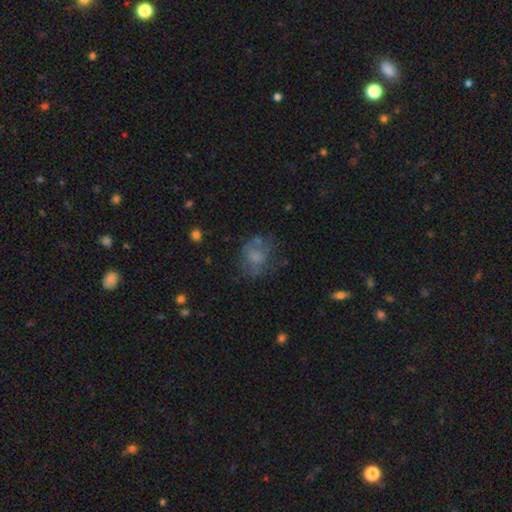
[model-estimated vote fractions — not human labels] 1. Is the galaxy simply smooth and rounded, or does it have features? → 53% smooth, 32% featured or disk, 15% star or artifact.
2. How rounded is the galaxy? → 57% round, 42% in between, 1% cigar-shaped.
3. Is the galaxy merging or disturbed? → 48% none, 23% major disturbance, 23% minor disturbance, 6% merger.